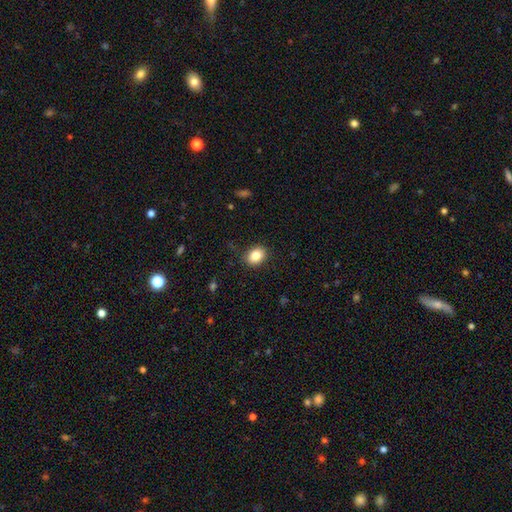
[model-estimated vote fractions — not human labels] Smooth or featured? smooth (86%)
How rounded? in between (64%)
Merging? none (86%)